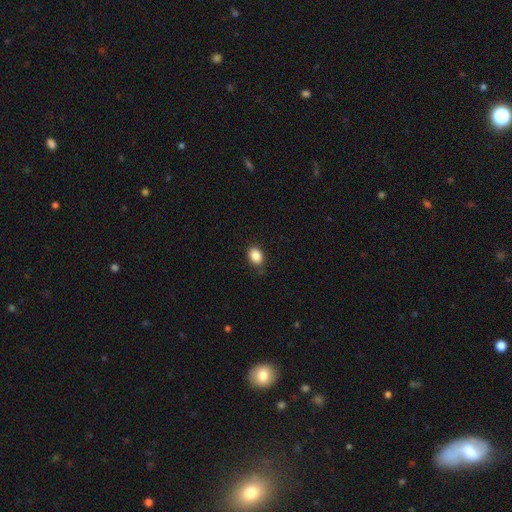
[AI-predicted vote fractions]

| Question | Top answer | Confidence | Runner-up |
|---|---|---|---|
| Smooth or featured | smooth | 87% | star or artifact (9%) |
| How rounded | in between | 73% | round (26%) |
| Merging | none | 85% | minor disturbance (12%) |